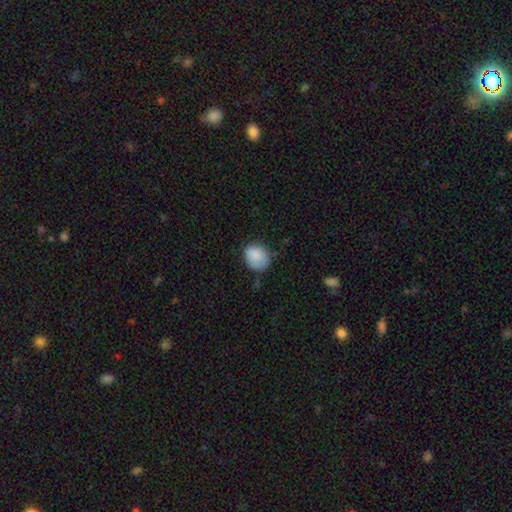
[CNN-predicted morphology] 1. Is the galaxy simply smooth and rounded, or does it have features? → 87% smooth, 7% star or artifact, 6% featured or disk.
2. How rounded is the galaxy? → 64% round, 35% in between, 1% cigar-shaped.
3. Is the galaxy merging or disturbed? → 63% none, 28% minor disturbance, 6% major disturbance, 2% merger.